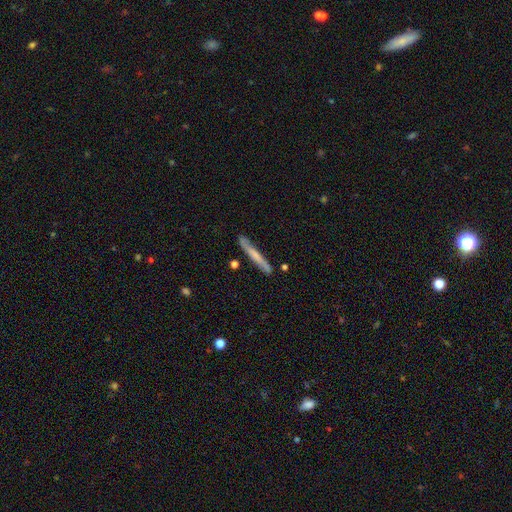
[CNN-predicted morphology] type=smooth (56%); roundness=cigar-shaped (96%); merging=none (81%).